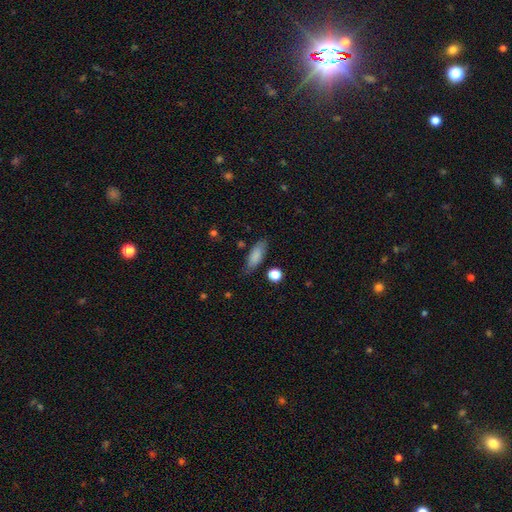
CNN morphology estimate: The model was most divided on "how rounded": in between: 69%, cigar-shaped: 29%, round: 3%. More confident: smooth or featured — smooth (84%); merging — none (76%).